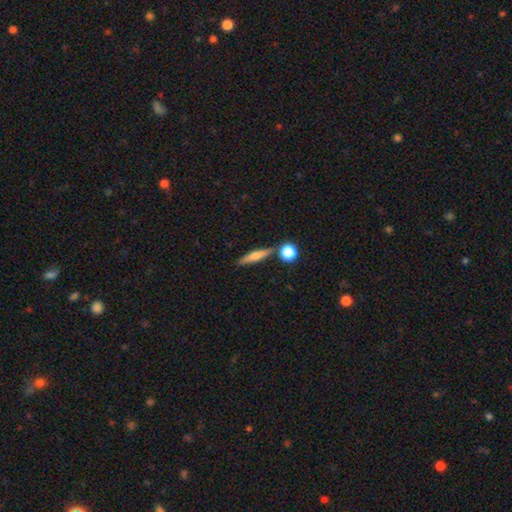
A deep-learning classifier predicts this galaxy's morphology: smooth-or-featured: smooth: 51% | featured or disk: 41% | star or artifact: 8%
  how-rounded: cigar-shaped: 76% | in between: 17% | round: 8%
  merging: none: 79% | minor disturbance: 10% | merger: 9% | major disturbance: 3%